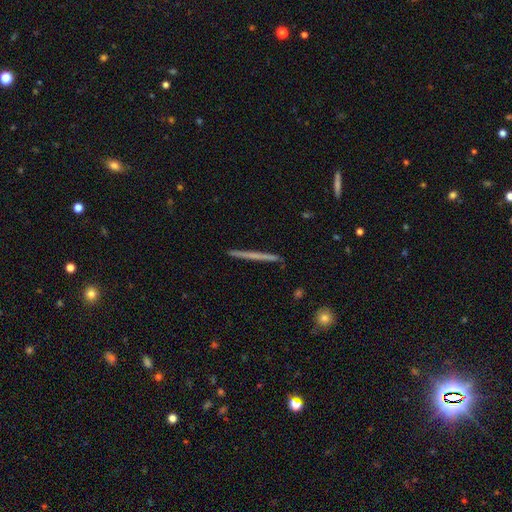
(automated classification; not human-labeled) smooth-or-featured: featured or disk: 54% | smooth: 40% | star or artifact: 7%
  disk-edge-on: yes: 97% | no: 3%
    edge-on-bulge: none: 85% | rounded: 11% | boxy: 4%
  merging: none: 91% | minor disturbance: 6% | major disturbance: 1% | merger: 1%